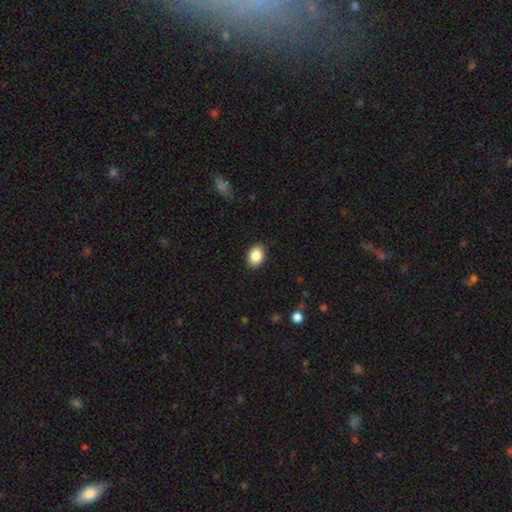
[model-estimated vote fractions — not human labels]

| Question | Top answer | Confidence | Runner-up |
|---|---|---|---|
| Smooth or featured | smooth | 88% | star or artifact (8%) |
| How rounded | in between | 71% | round (28%) |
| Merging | none | 88% | minor disturbance (9%) |